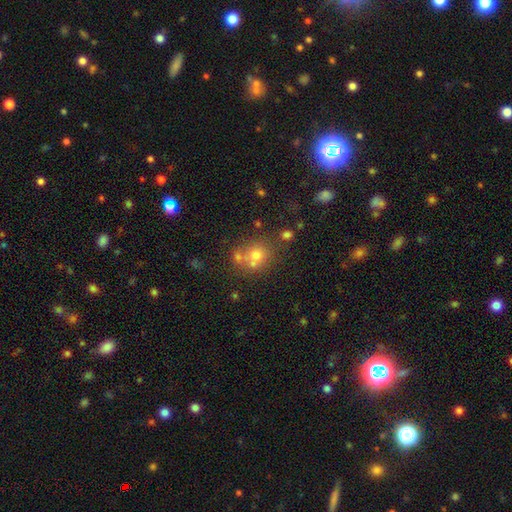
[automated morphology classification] smooth 63%, star or artifact 21%, featured or disk 17%. Down the decision tree: how rounded — round (78%); merging — none (53%).